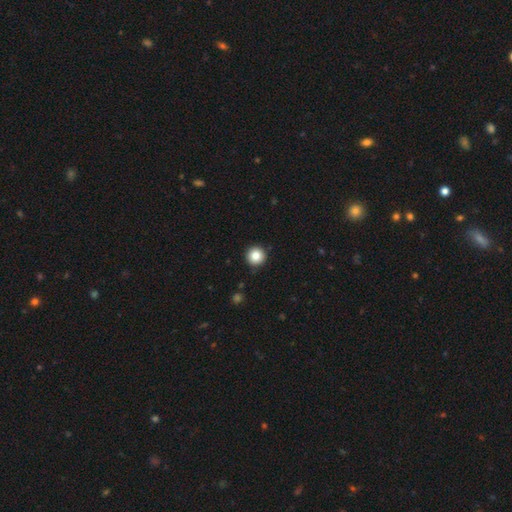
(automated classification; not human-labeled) Overall: smooth (84%). How rounded: round (96%). Merging: none (92%).